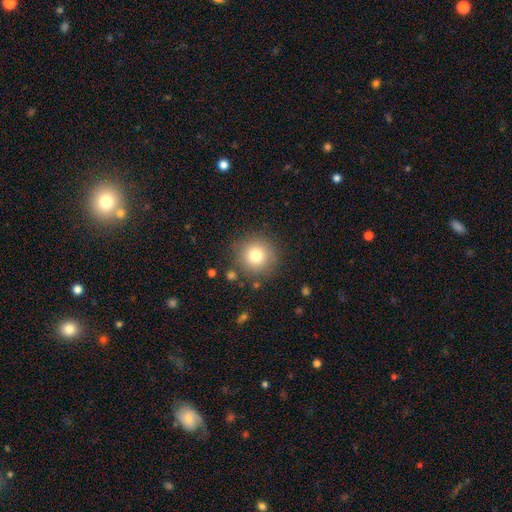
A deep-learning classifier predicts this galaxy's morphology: Smooth or featured? smooth (79%)
How rounded? round (94%)
Merging? none (86%)